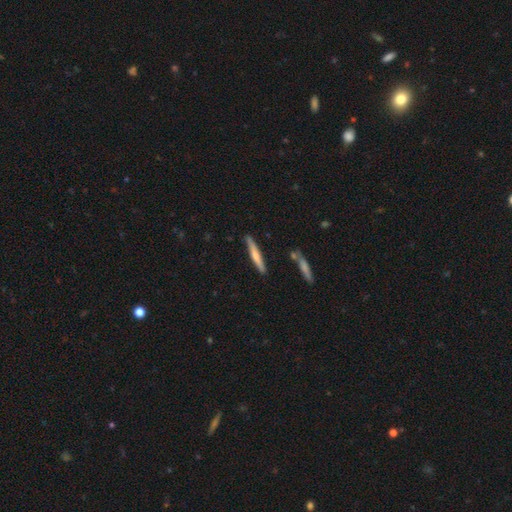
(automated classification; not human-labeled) Smooth or featured?
  - smooth: 55% *
  - featured or disk: 40%
  - star or artifact: 5%
How rounded?
  - cigar-shaped: 93% *
  - in between: 5%
  - round: 1%
Merging?
  - none: 85% *
  - minor disturbance: 10%
  - merger: 3%
  - major disturbance: 2%